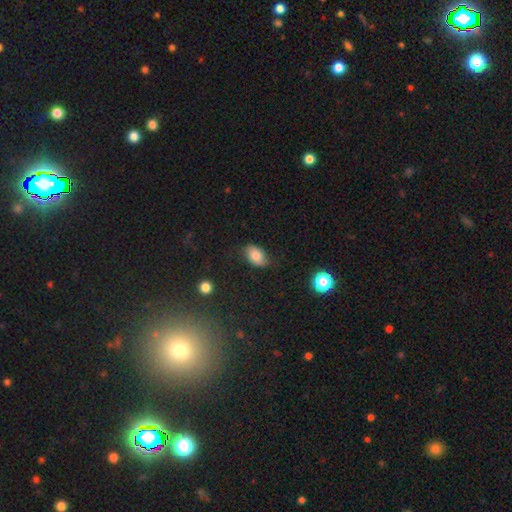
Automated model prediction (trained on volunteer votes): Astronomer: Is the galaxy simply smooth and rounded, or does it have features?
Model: smooth — 78%.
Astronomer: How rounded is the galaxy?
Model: in between — 89%.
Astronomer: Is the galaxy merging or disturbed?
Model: none — 75%.